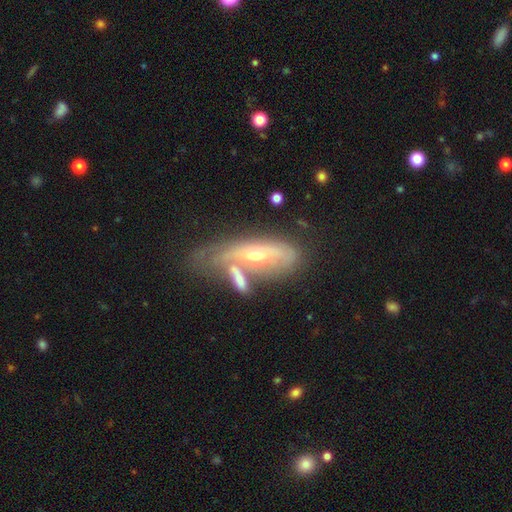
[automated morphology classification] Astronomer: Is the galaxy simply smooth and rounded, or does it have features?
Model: featured or disk — 63%.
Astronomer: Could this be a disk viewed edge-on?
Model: no — 70%.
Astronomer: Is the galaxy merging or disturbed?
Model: merger — 36% (runner-up: none, 30%).